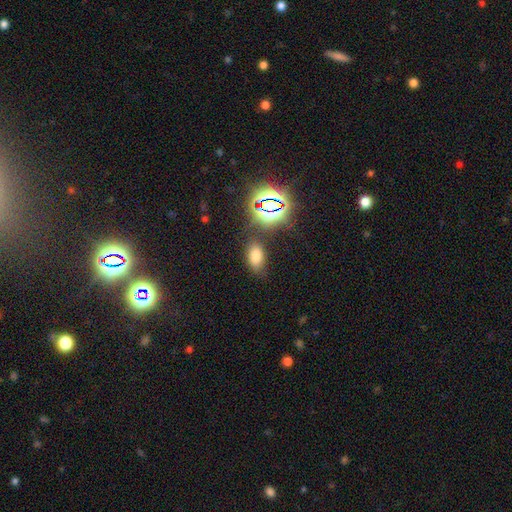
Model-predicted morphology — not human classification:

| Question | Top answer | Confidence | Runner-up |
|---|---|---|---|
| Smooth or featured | smooth | 69% | star or artifact (23%) |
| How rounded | in between | 90% | round (8%) |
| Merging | none | 78% | minor disturbance (13%) |